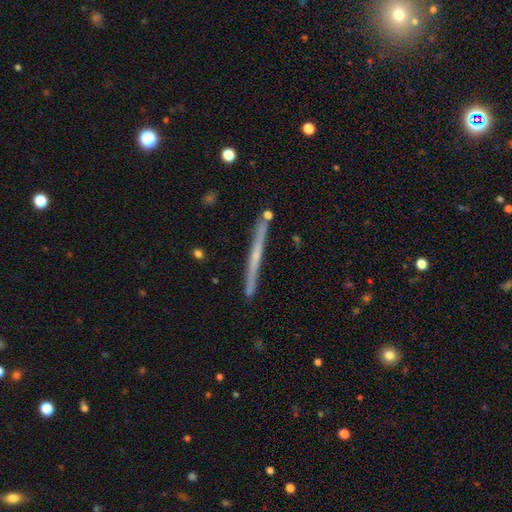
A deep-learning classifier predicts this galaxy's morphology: Overall: featured or disk (62%; smooth 31%). Edge-on disk: yes (97%). Edge-on bulge: none (70%). Merging: none (88%).